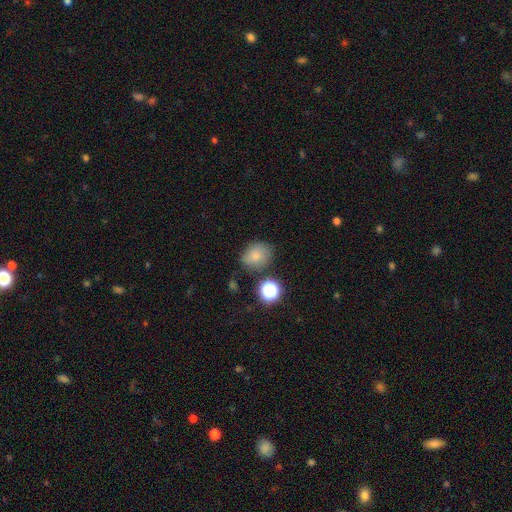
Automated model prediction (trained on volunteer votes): smooth_or_featured: smooth (p=0.78) [alt: star or artifact p=0.13]
how_rounded: round (p=0.56) [alt: in between p=0.43]
merging: none (p=0.68) [alt: minor disturbance p=0.20]